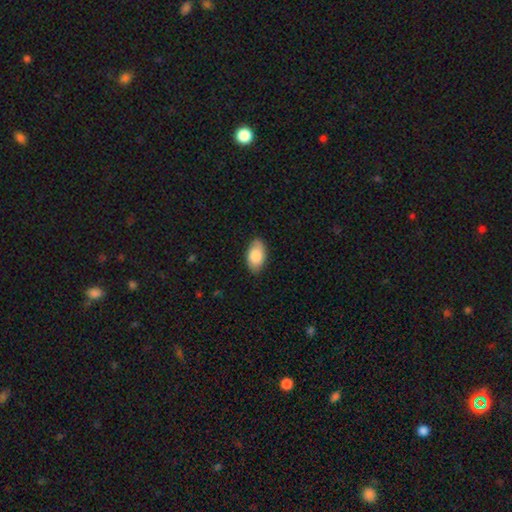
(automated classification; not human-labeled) Smooth or featured: smooth — 84% (featured or disk — 10%)
How rounded: in between — 94% (round — 4%)
Merging: none — 84% (minor disturbance — 13%)